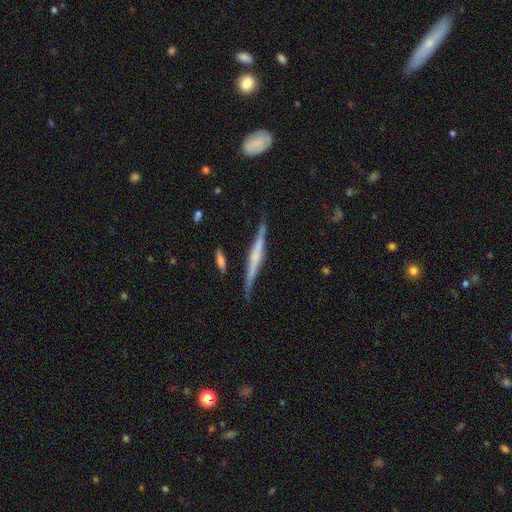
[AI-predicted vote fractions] featured or disk 64%, smooth 30%, star or artifact 6%. Down the decision tree: edge-on disk — yes (96%); edge-on bulge — none (41%); merging — none (76%).